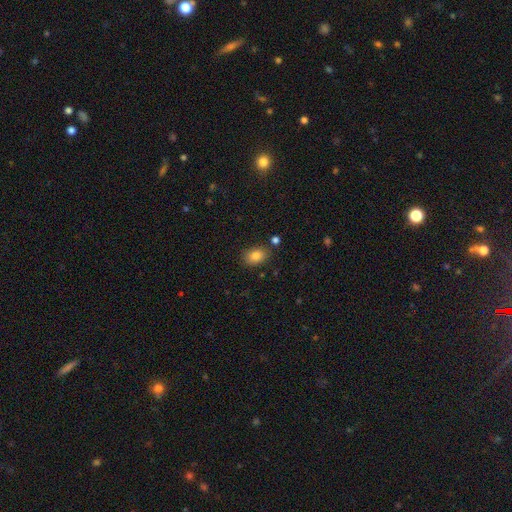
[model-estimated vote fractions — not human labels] This is clearly a smooth galaxy (84%). How rounded: likely in between (80%). Merging: clearly none (81%).